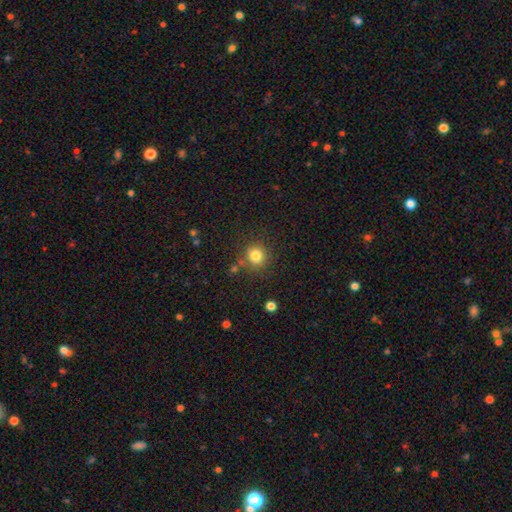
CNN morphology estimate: smooth_or_featured: smooth (p=0.81) [alt: star or artifact p=0.13]
how_rounded: round (p=0.91) [alt: in between p=0.08]
merging: none (p=0.80) [alt: minor disturbance p=0.10]